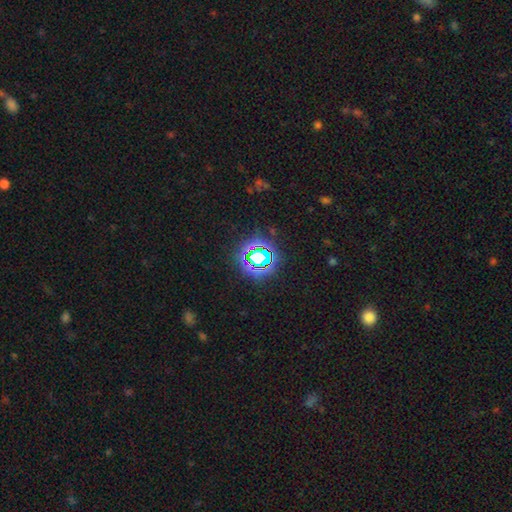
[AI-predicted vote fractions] Q: Smooth or featured?
A: star or artifact (78%); runner-up: smooth (15%)